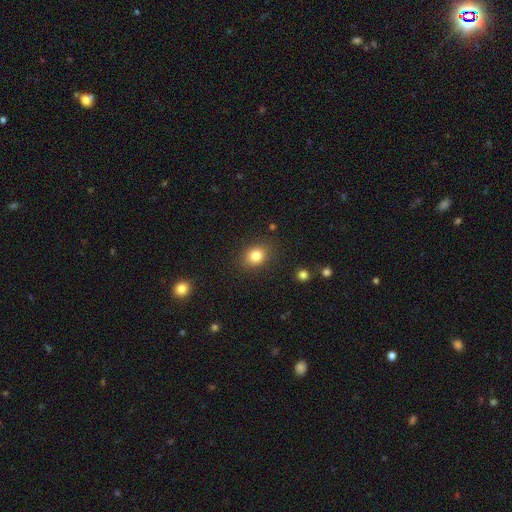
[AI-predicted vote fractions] Smooth or featured? smooth (83%)
How rounded? round (55%)
Merging? none (85%)